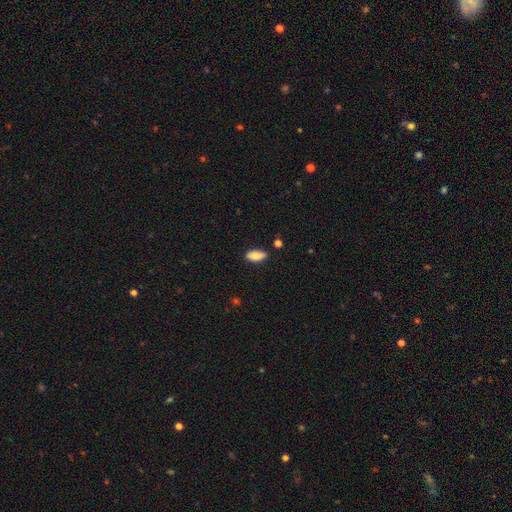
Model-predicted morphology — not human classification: Smooth or featured? smooth (84%)
How rounded? in between (85%)
Merging? none (84%)